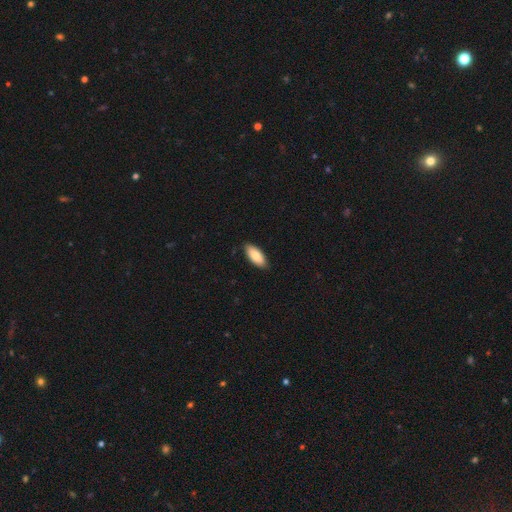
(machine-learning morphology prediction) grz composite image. It shows a smooth galaxy with no disk features (82%) that is in between round and cigar-shaped (88%). Merging: none (88%).